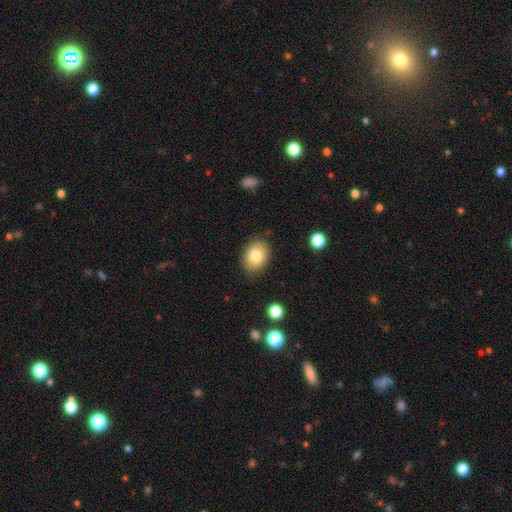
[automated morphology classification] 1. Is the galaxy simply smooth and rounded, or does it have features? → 80% smooth, 11% featured or disk, 9% star or artifact.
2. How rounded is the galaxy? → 66% in between, 33% round, 1% cigar-shaped.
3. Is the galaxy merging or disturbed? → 86% none, 11% minor disturbance, 2% major disturbance, 1% merger.